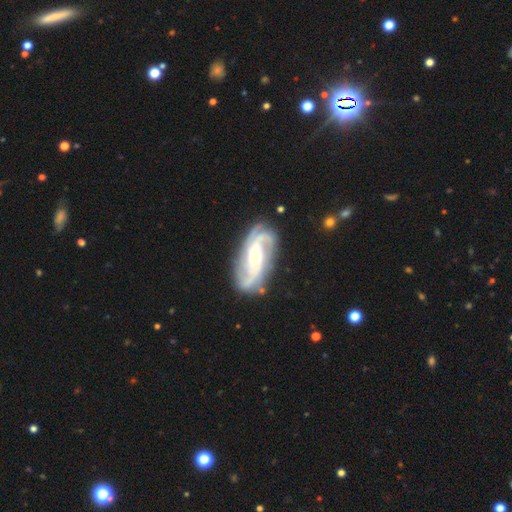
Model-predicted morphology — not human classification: This appears to be a featured or disk galaxy (88%) with no bar (52%), 2 (32%) medium (43%) spiral arms (97%) and a small central bulge (48%). Merging: none (78%).